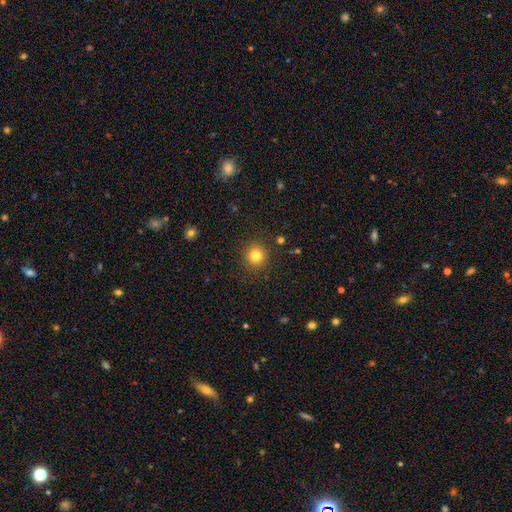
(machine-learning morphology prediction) Q: Smooth or featured?
A: smooth (81%); runner-up: star or artifact (13%)
Q: How rounded?
A: round (92%); runner-up: in between (7%)
Q: Merging?
A: none (90%); runner-up: minor disturbance (6%)